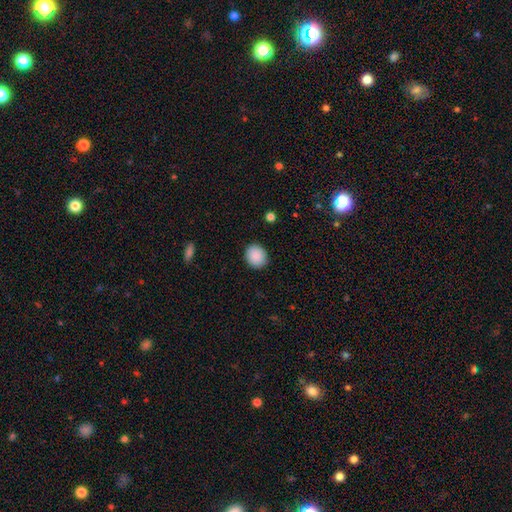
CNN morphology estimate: smooth_or_featured: smooth (p=0.90) [alt: star or artifact p=0.08]
how_rounded: round (p=0.75) [alt: in between p=0.24]
merging: none (p=0.90) [alt: minor disturbance p=0.07]